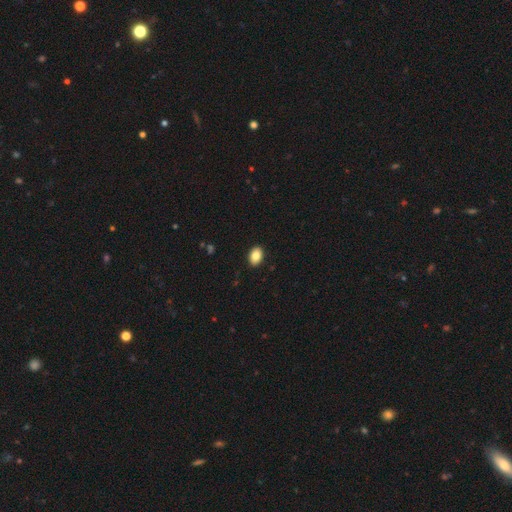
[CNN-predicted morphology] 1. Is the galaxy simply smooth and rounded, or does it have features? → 85% smooth, 8% star or artifact, 7% featured or disk.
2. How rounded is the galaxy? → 84% in between, 15% round, 1% cigar-shaped.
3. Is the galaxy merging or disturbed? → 91% none, 6% minor disturbance, 2% major disturbance, 1% merger.